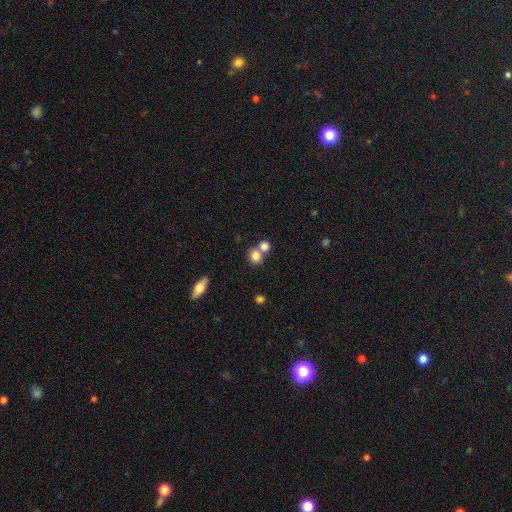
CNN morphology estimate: Overall: smooth (81%). How rounded: round (69%; in between 29%). Merging: none (47%; merger 42%).